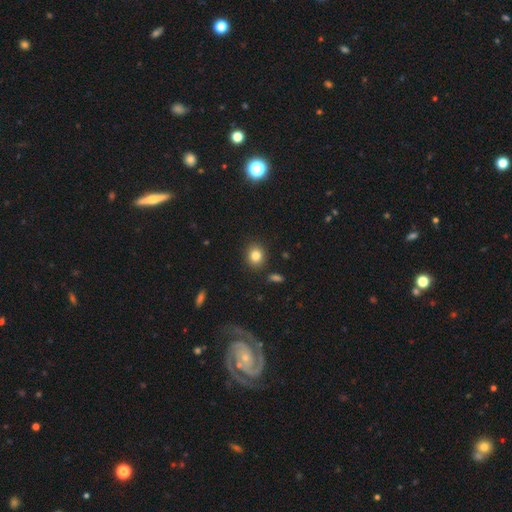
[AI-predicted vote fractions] This is clearly a smooth galaxy (83%). How rounded: likely round (71%). Merging: clearly none (88%).